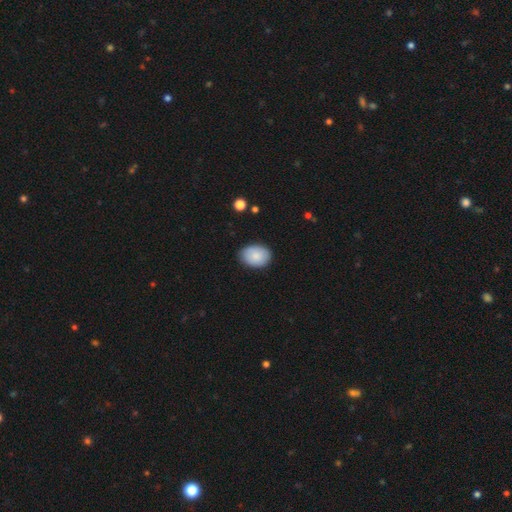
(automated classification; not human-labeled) smooth-or-featured: smooth: 84% | featured or disk: 9% | star or artifact: 7%
  how-rounded: in between: 72% | round: 27% | cigar-shaped: 1%
  merging: none: 84% | minor disturbance: 12% | major disturbance: 2% | merger: 1%